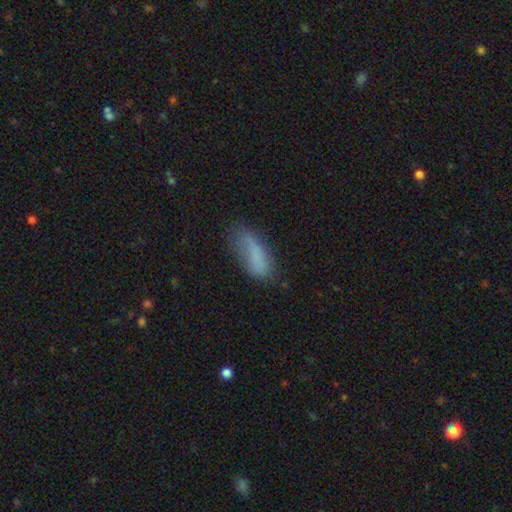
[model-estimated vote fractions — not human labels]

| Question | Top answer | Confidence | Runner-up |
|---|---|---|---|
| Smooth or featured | smooth | 77% | featured or disk (14%) |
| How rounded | in between | 67% | cigar-shaped (31%) |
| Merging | none | 52% | minor disturbance (31%) |